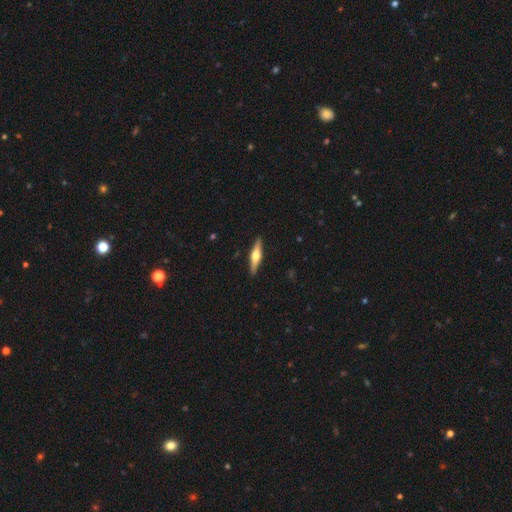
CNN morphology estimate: Q: Smooth or featured?
A: featured or disk (67%); runner-up: smooth (27%)
Q: Edge-on disk?
A: yes (97%); runner-up: no (3%)
Q: Edge-on bulge?
A: rounded (93%); runner-up: boxy (5%)
Q: Merging?
A: none (91%); runner-up: minor disturbance (7%)